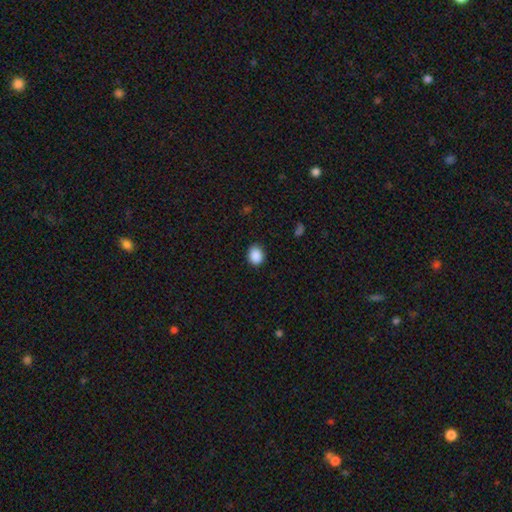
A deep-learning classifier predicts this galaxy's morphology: The model was most divided on "how rounded": round: 54%, in between: 45%, cigar-shaped: 1%. More confident: smooth or featured — smooth (89%); merging — none (88%).